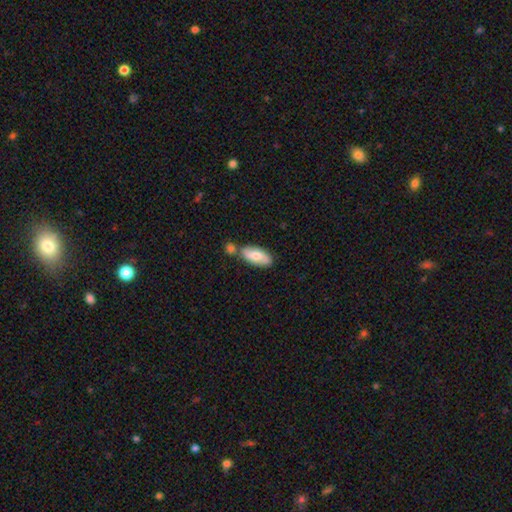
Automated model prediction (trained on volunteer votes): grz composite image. It shows a smooth galaxy with no disk features (66%) that is in between round and cigar-shaped (81%). Merging: none (58%).